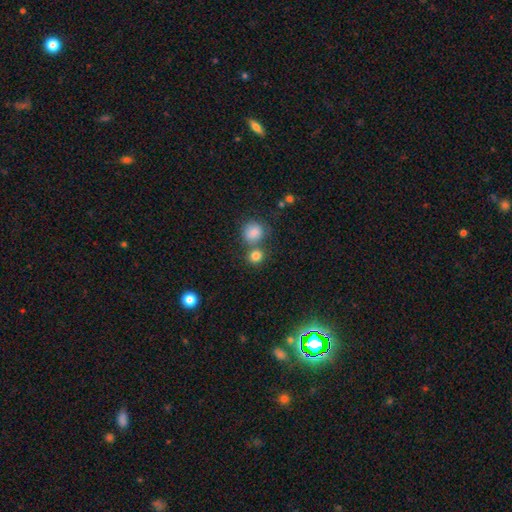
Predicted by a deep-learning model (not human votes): The model was most divided on "merging": none: 60%, merger: 29%, minor disturbance: 8%, major disturbance: 3%. More confident: how rounded — round (84%); smooth or featured — smooth (83%).